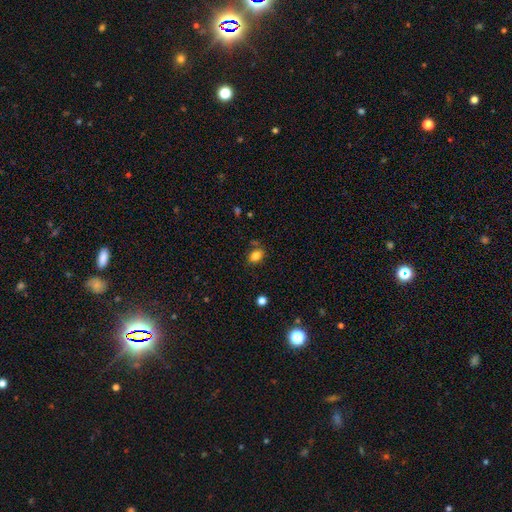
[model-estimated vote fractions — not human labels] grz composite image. It shows a smooth galaxy with no disk features (83%) that is in between round and cigar-shaped (75%). Merging: none (75%).